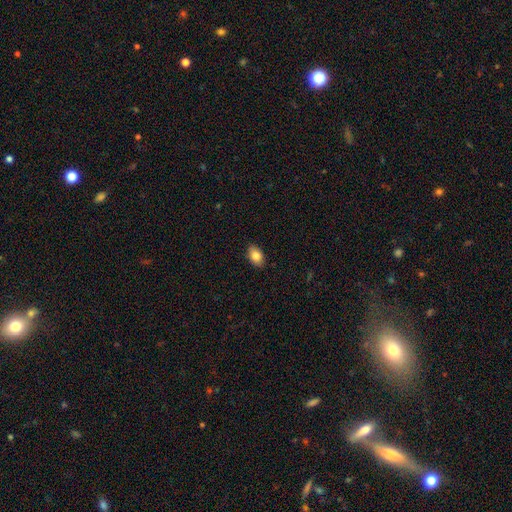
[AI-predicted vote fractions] Smooth or featured? Predicted: smooth (p=0.83). How rounded? Predicted: in between (p=0.86). Merging? Predicted: none (p=0.87).